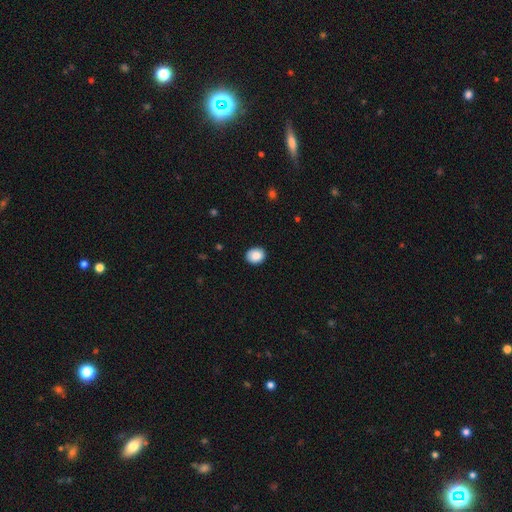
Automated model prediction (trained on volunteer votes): Smooth or featured?
  - smooth: 88% *
  - star or artifact: 8%
  - featured or disk: 5%
How rounded?
  - round: 60% *
  - in between: 39%
  - cigar-shaped: 1%
Merging?
  - none: 89% *
  - minor disturbance: 8%
  - major disturbance: 2%
  - merger: 1%